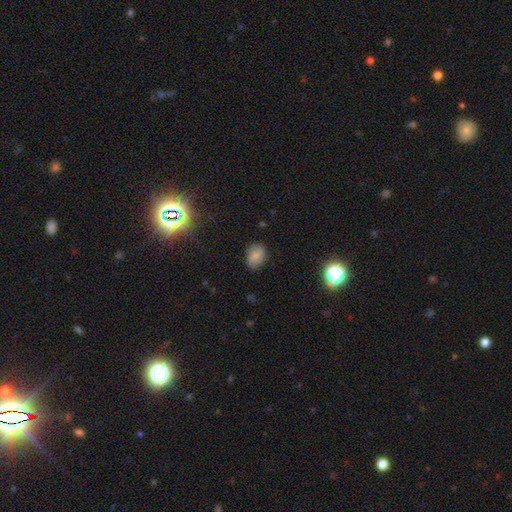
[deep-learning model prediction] Smooth or featured? Predicted: smooth (p=0.66). How rounded? Predicted: in between (p=0.69). Merging? Predicted: none (p=0.76).